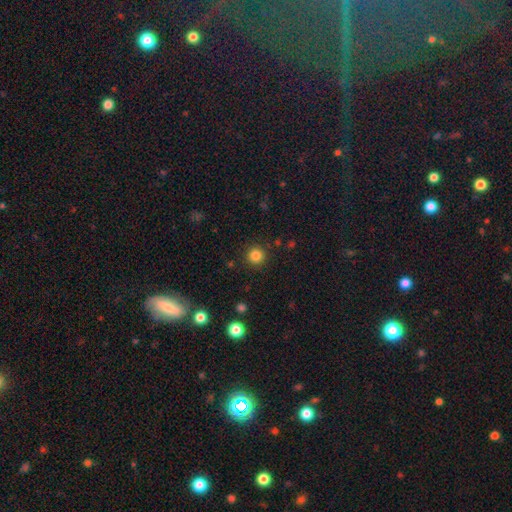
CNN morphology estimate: A smooth galaxy with no disk features (83%) that is round (95%). Merging: none (91%).